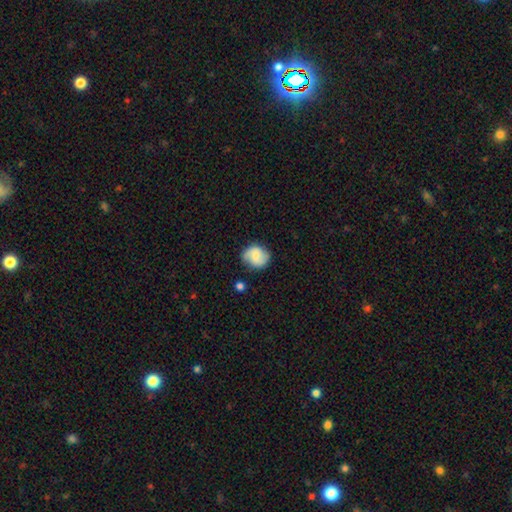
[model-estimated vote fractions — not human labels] Smooth or featured? Predicted: smooth (p=0.49). Merging? Predicted: none (p=0.76).